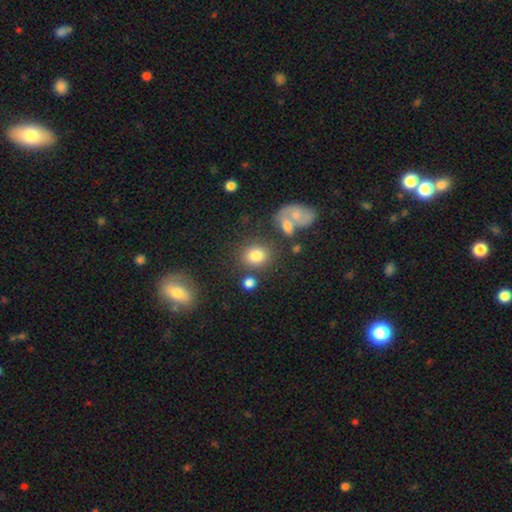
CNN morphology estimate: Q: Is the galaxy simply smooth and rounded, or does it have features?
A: smooth — 80%.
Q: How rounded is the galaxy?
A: round — 67%.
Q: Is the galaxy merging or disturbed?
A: none — 71%.